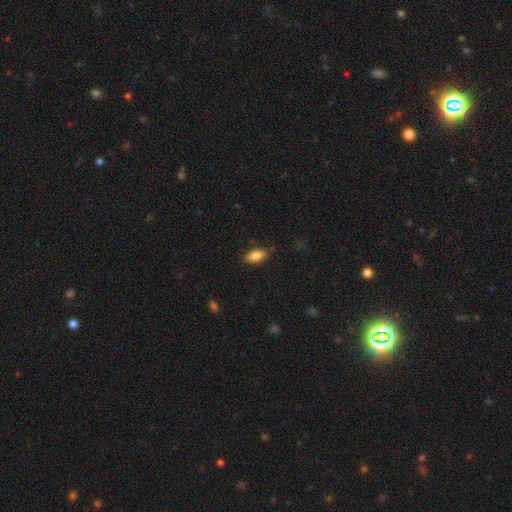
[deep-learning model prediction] smooth 84%, featured or disk 9%, star or artifact 7%. Down the decision tree: how rounded — in between (88%); merging — none (82%).